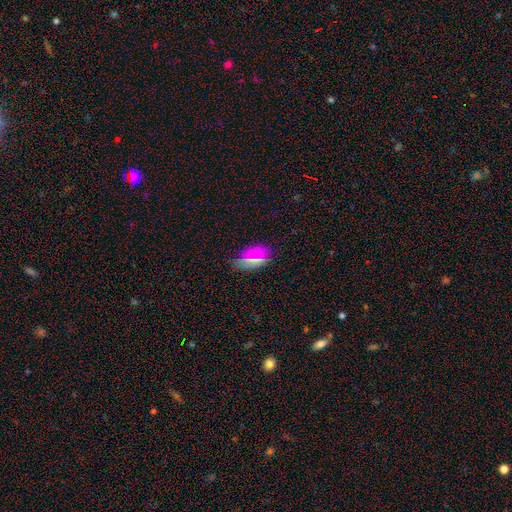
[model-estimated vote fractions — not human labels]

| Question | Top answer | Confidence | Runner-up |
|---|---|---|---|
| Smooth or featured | smooth | 69% | star or artifact (20%) |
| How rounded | in between | 88% | round (7%) |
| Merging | none | 83% | minor disturbance (13%) |